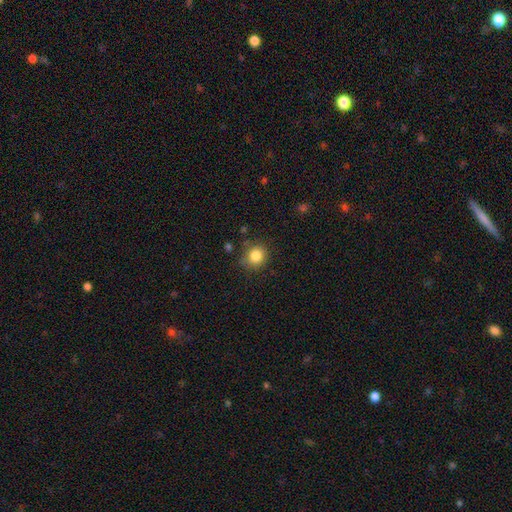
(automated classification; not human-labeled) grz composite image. It shows a smooth galaxy with no disk features (84%) that is round (85%). Merging: none (81%).